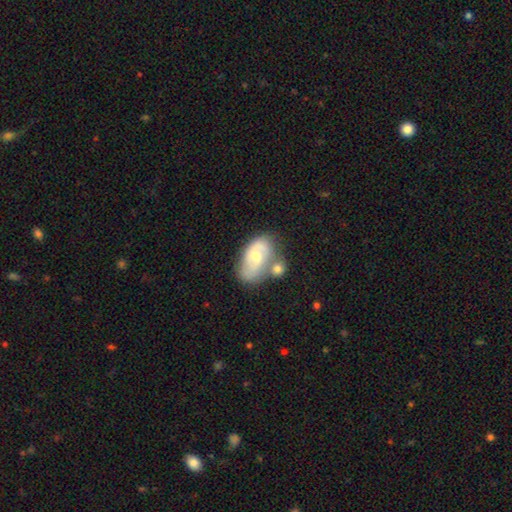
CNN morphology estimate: Smooth or featured? featured or disk (52%)
Edge-on disk? no (94%)
Merging? none (36%, tied with merger)